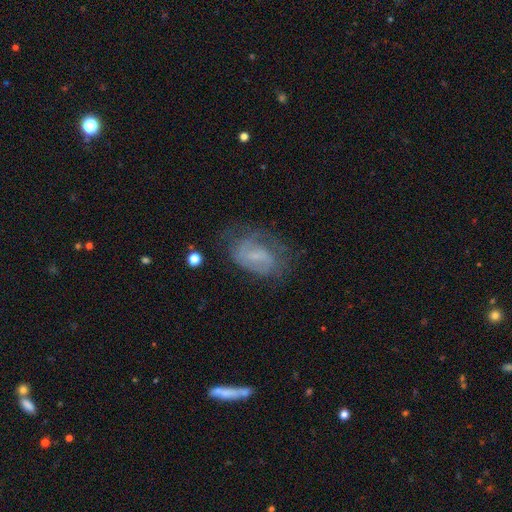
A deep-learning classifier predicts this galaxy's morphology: Smooth or featured? Predicted: featured or disk (p=0.62). Edge-on disk? Predicted: no (p=0.96). Bar? Predicted: weak (p=0.49). Spiral arms? Predicted: yes (p=0.79). Bulge size? Predicted: small (p=0.44). Merging? Predicted: none (p=0.55).